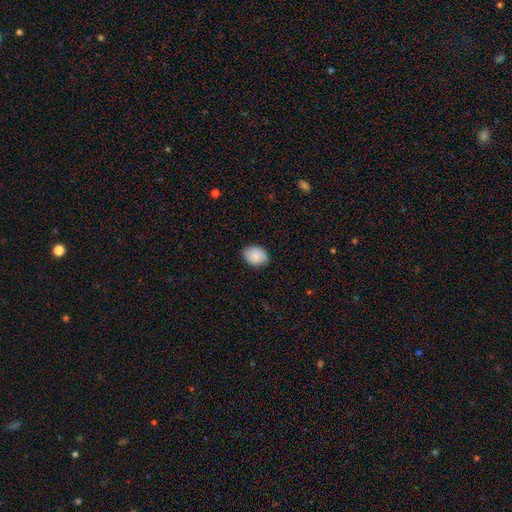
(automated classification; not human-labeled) Q: Smooth or featured?
A: smooth (86%); runner-up: featured or disk (7%)
Q: How rounded?
A: in between (68%); runner-up: round (31%)
Q: Merging?
A: none (85%); runner-up: minor disturbance (12%)